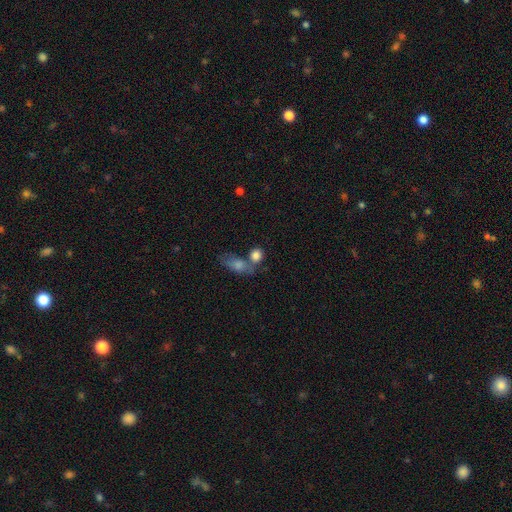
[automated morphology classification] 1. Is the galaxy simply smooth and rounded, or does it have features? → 82% smooth, 9% star or artifact, 8% featured or disk.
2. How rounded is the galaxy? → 65% round, 32% in between, 3% cigar-shaped.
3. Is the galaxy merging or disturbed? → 47% none, 35% merger, 12% minor disturbance, 6% major disturbance.